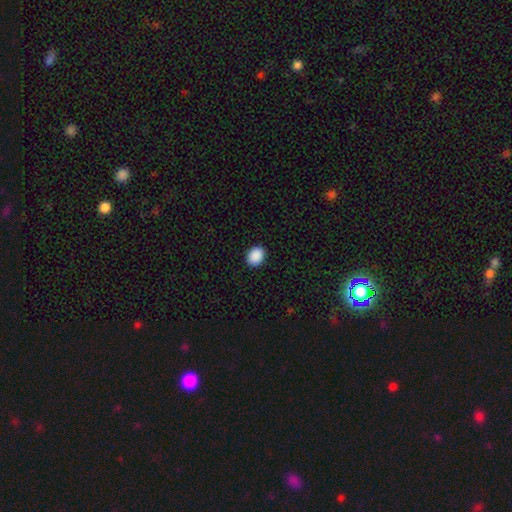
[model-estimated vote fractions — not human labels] Smooth or featured: smooth — 90% (star or artifact — 8%)
How rounded: in between — 58% (round — 41%)
Merging: none — 91% (minor disturbance — 6%)